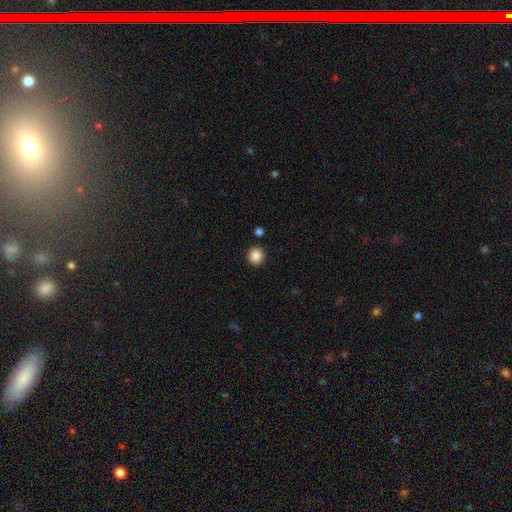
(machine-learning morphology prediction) type=smooth (88%); roundness=round (89%); merging=none (90%).